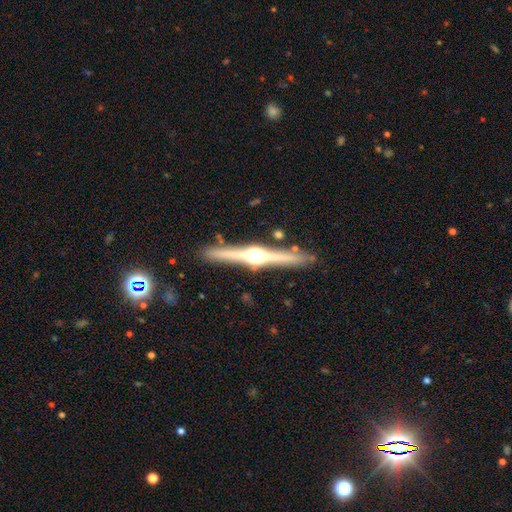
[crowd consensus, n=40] smooth-or-featured: featured or disk: 95% | smooth: 2% | star or artifact: 2%
  disk-edge-on: yes: 100% | no: 0%
    edge-on-bulge: rounded: 97% | boxy: 3% | none: 0%
  merging: none: 95% | minor disturbance: 5% | major disturbance: 0% | merger: 0%